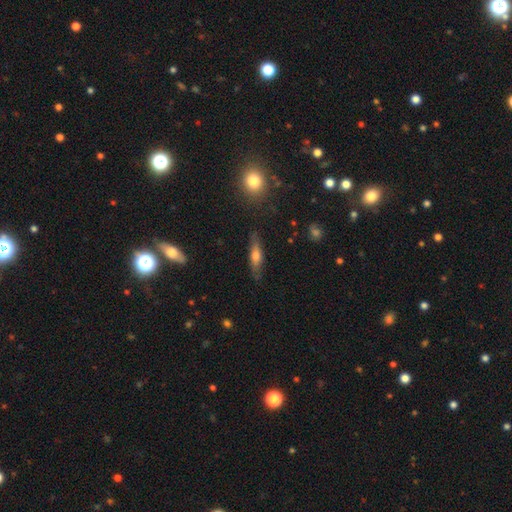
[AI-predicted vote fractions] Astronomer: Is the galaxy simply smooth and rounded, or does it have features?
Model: smooth — 54% (runner-up: featured or disk, 38%).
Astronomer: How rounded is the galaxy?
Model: cigar-shaped — 63%.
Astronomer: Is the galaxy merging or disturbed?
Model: none — 79%.